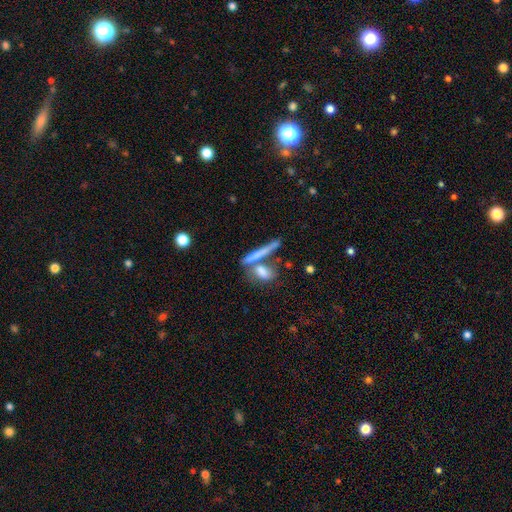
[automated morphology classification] Smooth or featured?
  - smooth: 58% *
  - featured or disk: 34%
  - star or artifact: 8%
How rounded?
  - cigar-shaped: 74% *
  - in between: 20%
  - round: 7%
Merging?
  - none: 47% *
  - merger: 34%
  - minor disturbance: 12%
  - major disturbance: 6%